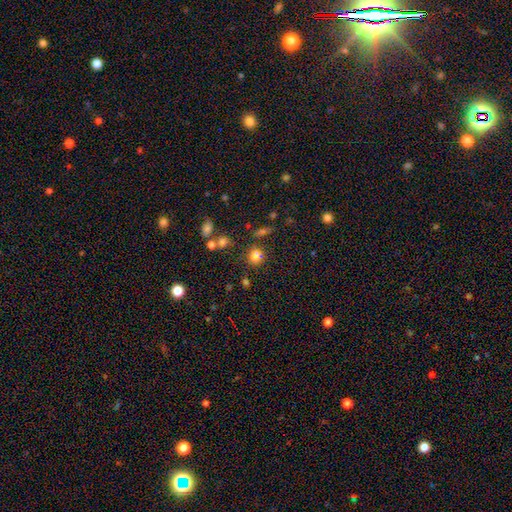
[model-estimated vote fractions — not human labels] Morphology: type=smooth (72%); roundness=round (72%); merging=none (66%).